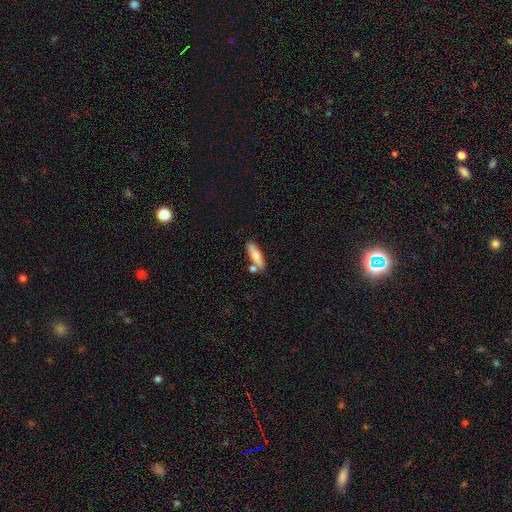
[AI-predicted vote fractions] smooth_or_featured: smooth (p=0.77) [alt: featured or disk p=0.17]
how_rounded: cigar-shaped (p=0.58) [alt: in between p=0.40]
merging: none (p=0.68) [alt: merger p=0.14]